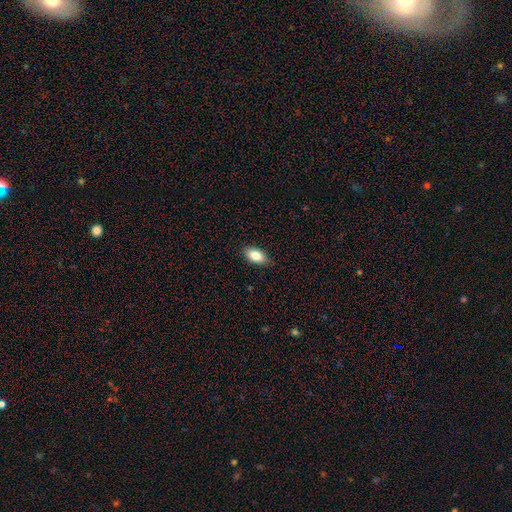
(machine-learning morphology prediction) A smooth galaxy with no disk features (83%) that is in between round and cigar-shaped (92%). Merging: none (86%).